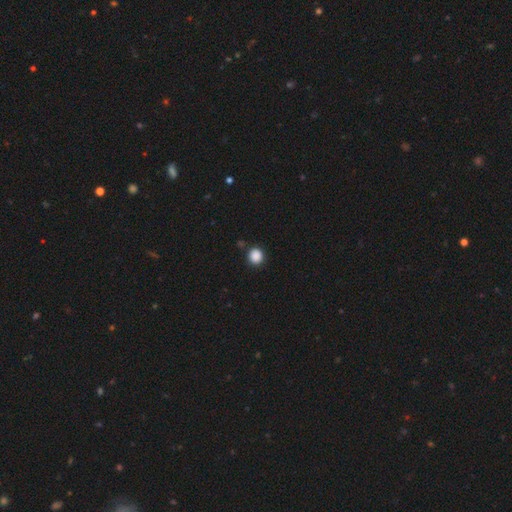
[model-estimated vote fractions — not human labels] The model was most divided on "smooth or featured": smooth: 88%, star or artifact: 10%, featured or disk: 2%. More confident: how rounded — round (89%); merging — none (87%).